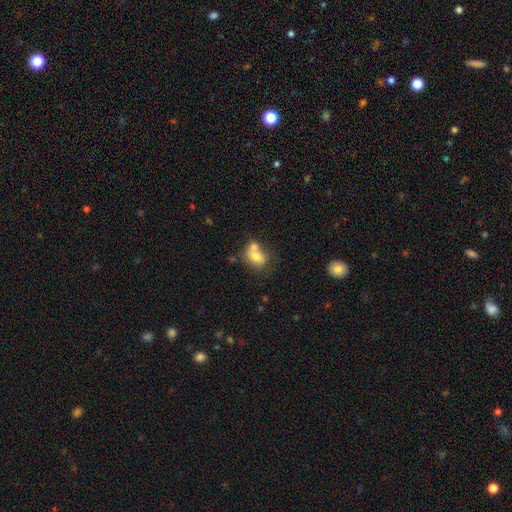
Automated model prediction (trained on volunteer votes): Overall: smooth (72%). How rounded: in between (64%; round 35%). Merging: merger (48%; none 33%).